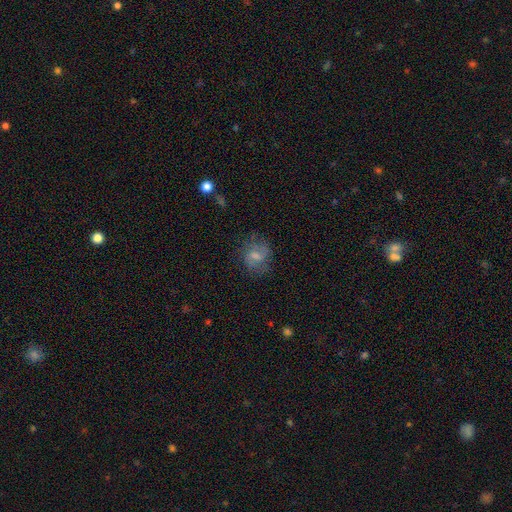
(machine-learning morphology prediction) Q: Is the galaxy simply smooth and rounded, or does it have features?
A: smooth — 48%.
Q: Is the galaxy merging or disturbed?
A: none — 63%.